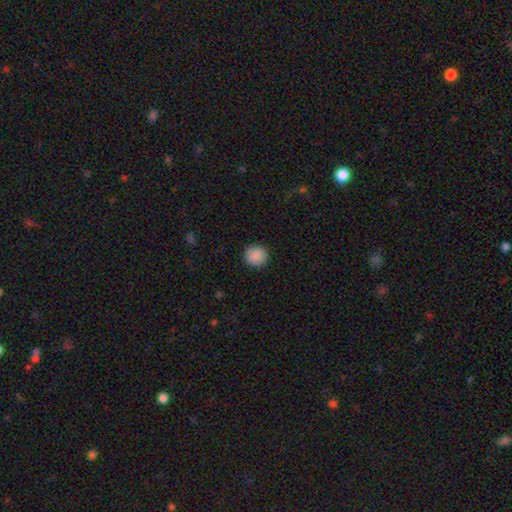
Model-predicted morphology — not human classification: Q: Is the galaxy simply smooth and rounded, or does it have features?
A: smooth — 89%.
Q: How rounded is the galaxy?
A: round — 93%.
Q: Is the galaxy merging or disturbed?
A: none — 92%.